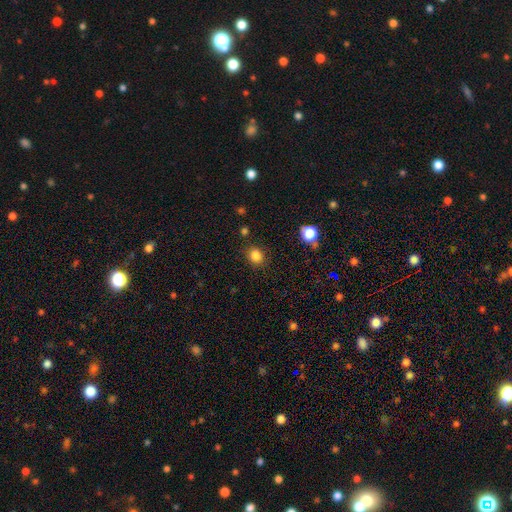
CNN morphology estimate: The model was most divided on "how rounded": round: 73%, in between: 26%, cigar-shaped: 1%. More confident: merging — none (86%); smooth or featured — smooth (84%).